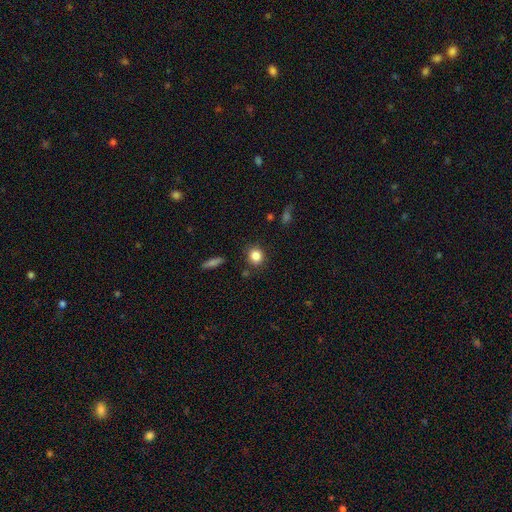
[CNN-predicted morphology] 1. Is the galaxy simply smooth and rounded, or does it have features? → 85% smooth, 10% star or artifact, 5% featured or disk.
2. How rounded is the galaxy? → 82% round, 17% in between, 1% cigar-shaped.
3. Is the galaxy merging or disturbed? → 85% none, 9% minor disturbance, 3% merger, 3% major disturbance.